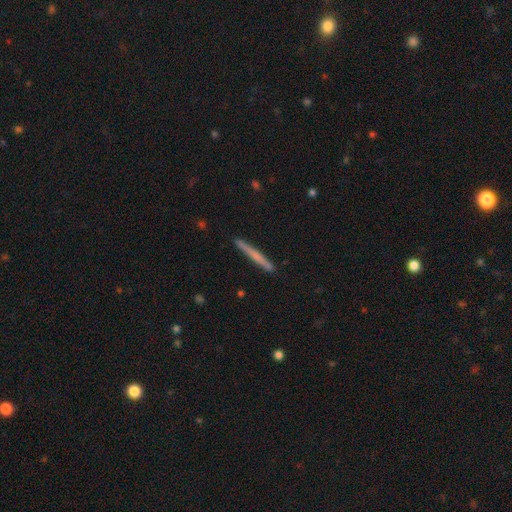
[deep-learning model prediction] Morphology: type=smooth (53%); roundness=cigar-shaped (97%); merging=none (91%).